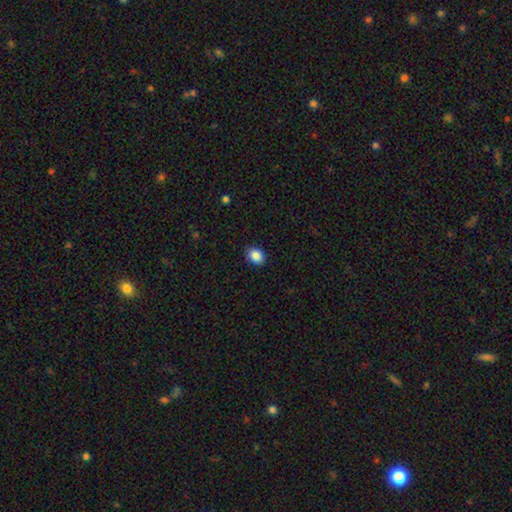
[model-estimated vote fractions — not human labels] smooth_or_featured: smooth (p=0.87) [alt: star or artifact p=0.08]
how_rounded: in between (p=0.59) [alt: round p=0.40]
merging: none (p=0.88) [alt: minor disturbance p=0.09]